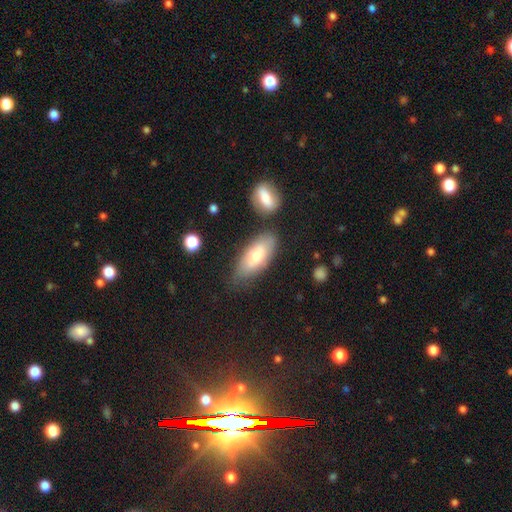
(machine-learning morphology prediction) type=smooth (69%); roundness=in between (77%); merging=none (70%).